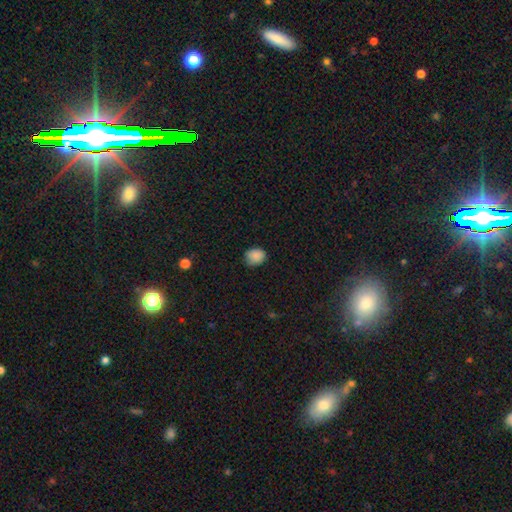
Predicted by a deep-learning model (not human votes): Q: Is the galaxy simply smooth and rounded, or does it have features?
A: smooth — 86%.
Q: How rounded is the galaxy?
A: round — 58%.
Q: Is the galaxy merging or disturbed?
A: none — 69%.